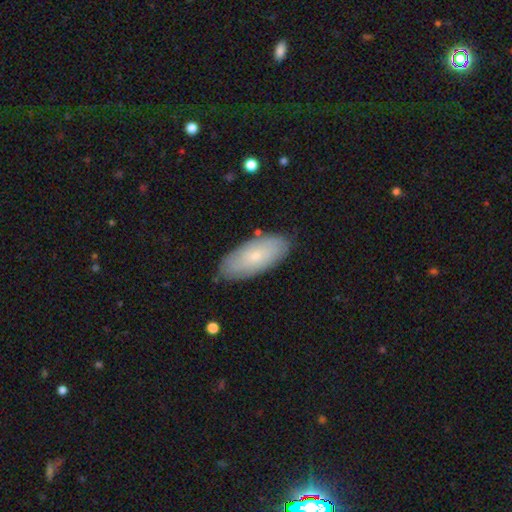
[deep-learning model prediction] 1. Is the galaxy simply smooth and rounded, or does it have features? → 60% smooth, 34% featured or disk, 6% star or artifact.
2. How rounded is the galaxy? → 87% in between, 10% cigar-shaped, 2% round.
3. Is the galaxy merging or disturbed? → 84% none, 12% minor disturbance, 2% major disturbance, 1% merger.